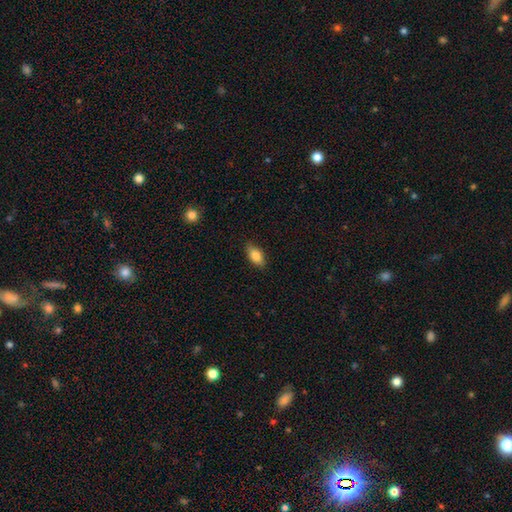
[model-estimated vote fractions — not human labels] Smooth or featured: smooth — 83% (featured or disk — 9%)
How rounded: in between — 88% (cigar-shaped — 7%)
Merging: none — 81% (minor disturbance — 16%)